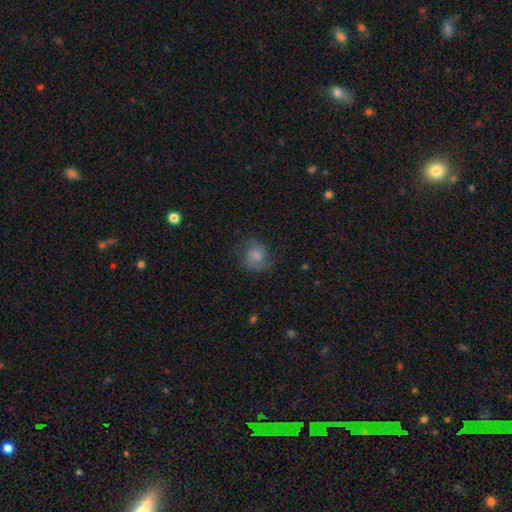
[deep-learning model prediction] Smooth or featured? smooth (63%)
How rounded? round (76%)
Merging? none (67%)